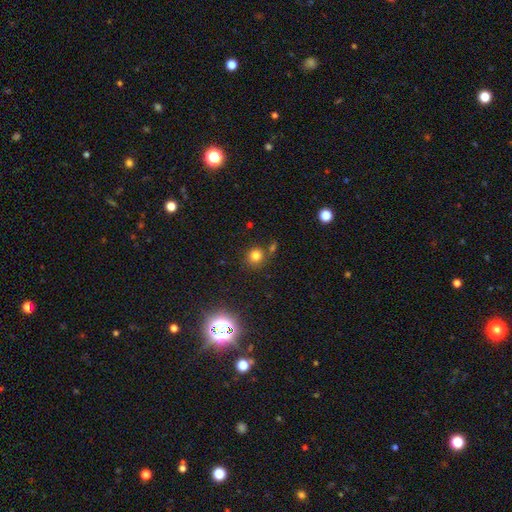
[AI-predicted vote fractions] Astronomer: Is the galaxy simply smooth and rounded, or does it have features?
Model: smooth — 77%.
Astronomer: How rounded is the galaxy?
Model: round — 87%.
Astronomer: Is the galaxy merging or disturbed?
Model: none — 74%.